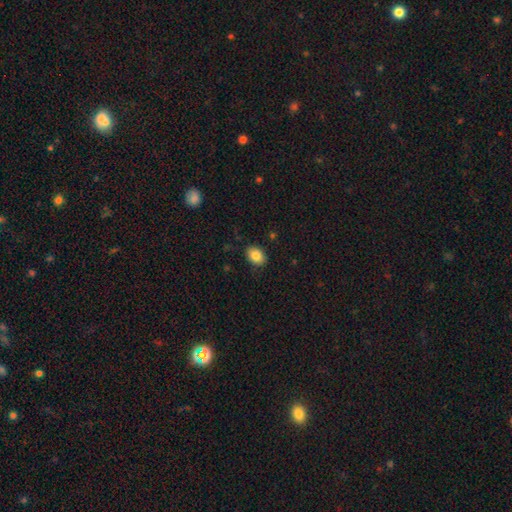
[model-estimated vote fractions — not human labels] This is clearly a smooth galaxy (86%). How rounded: likely in between (74%). Merging: clearly none (87%).